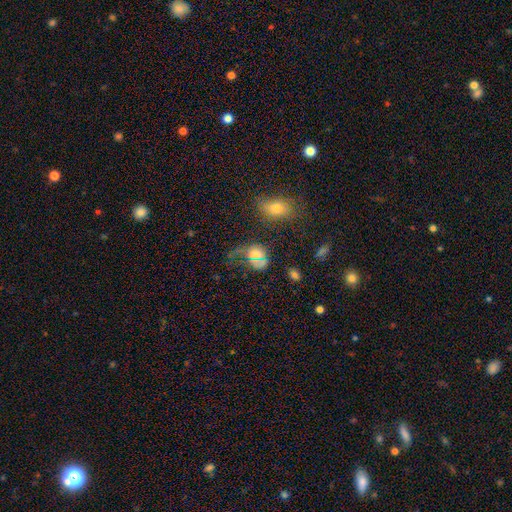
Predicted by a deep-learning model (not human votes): Smooth or featured? Predicted: smooth (p=0.57). How rounded? Predicted: round (p=0.60). Merging? Predicted: none (p=0.40).